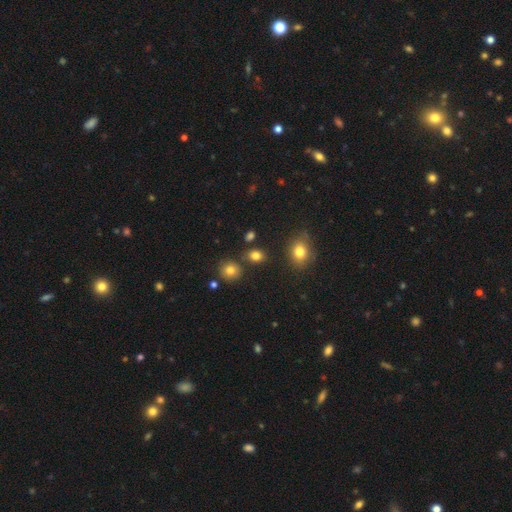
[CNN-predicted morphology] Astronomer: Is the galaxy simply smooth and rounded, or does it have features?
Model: smooth — 81%.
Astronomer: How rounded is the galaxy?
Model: in between — 51% (runner-up: round, 47%).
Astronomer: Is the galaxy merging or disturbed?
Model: none — 80%.